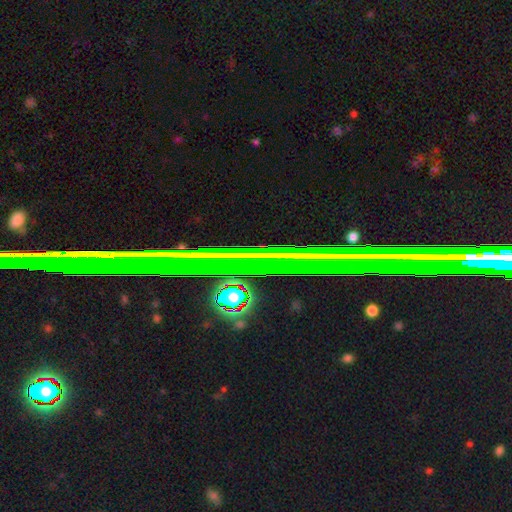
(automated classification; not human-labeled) Smooth or featured: star or artifact — 71% (featured or disk — 19%)